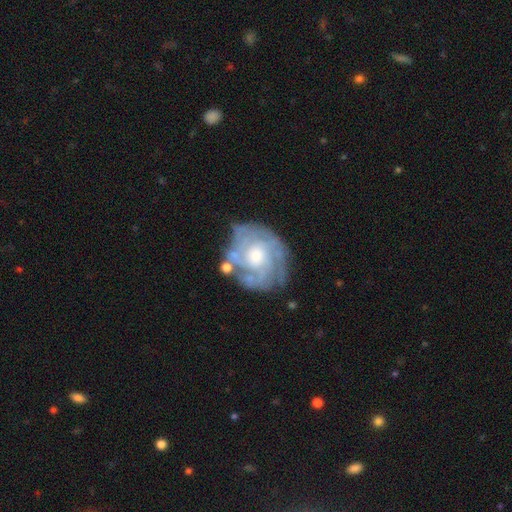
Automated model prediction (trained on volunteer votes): The model was most divided on "bulge size": moderate: 51%, small: 40%, large: 5%, none: 2%, dominant: 1%. Remaining: edge-on disk — no (97%); spiral arms — yes (92%); smooth or featured — featured or disk (82%); bar — no (74%); merging — none (69%); spiral winding — tight (68%); spiral arm count — can't tell (39%).